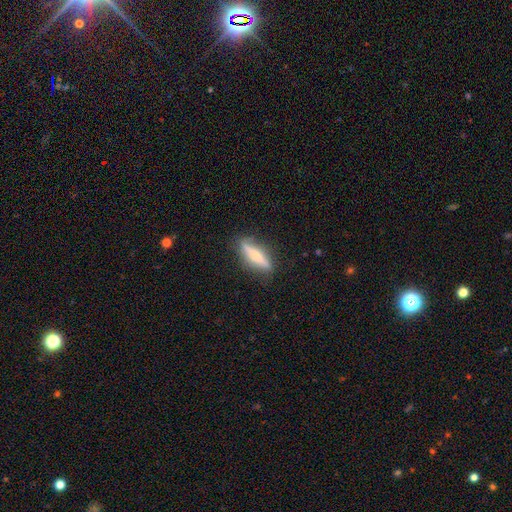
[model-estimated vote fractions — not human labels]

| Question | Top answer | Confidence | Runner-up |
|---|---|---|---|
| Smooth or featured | featured or disk | 55% | smooth (39%) |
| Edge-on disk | yes | 86% | no (14%) |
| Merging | none | 81% | minor disturbance (13%) |